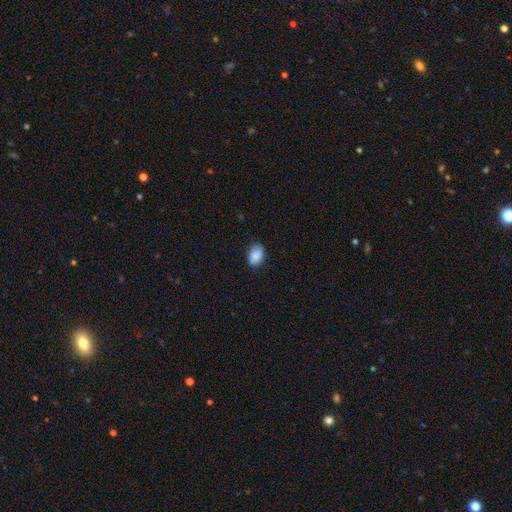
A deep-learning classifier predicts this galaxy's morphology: type=smooth (87%); roundness=in between (83%); merging=none (79%).